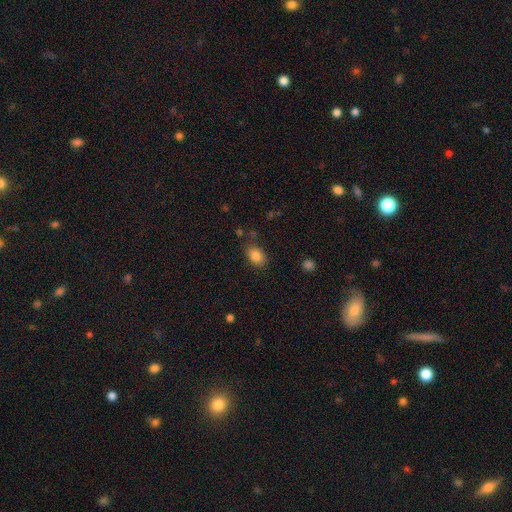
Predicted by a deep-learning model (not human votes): Morphology: type=smooth (84%); roundness=in between (79%); merging=none (79%).